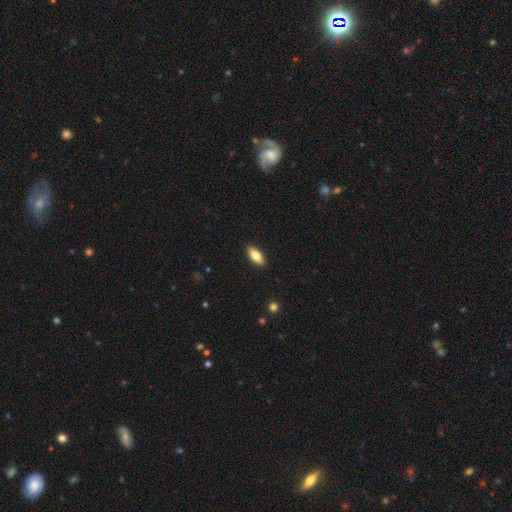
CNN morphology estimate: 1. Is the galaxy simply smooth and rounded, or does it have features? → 79% smooth, 15% featured or disk, 7% star or artifact.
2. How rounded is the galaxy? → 83% in between, 14% cigar-shaped, 2% round.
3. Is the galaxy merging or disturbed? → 90% none, 8% minor disturbance, 2% major disturbance, 1% merger.